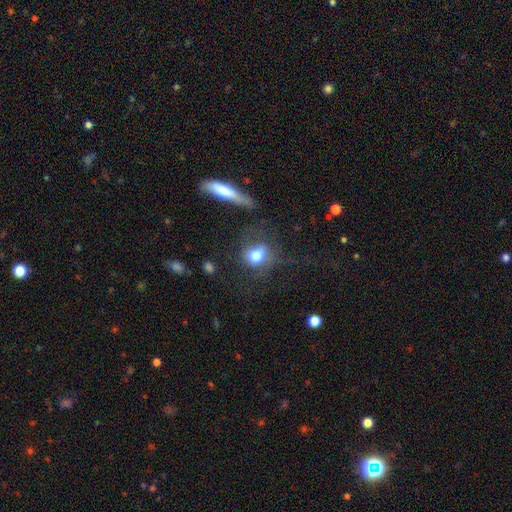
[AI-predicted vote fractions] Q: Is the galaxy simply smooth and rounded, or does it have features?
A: smooth — 74%.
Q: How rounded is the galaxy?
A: round — 55%.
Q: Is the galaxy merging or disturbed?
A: none — 54%.